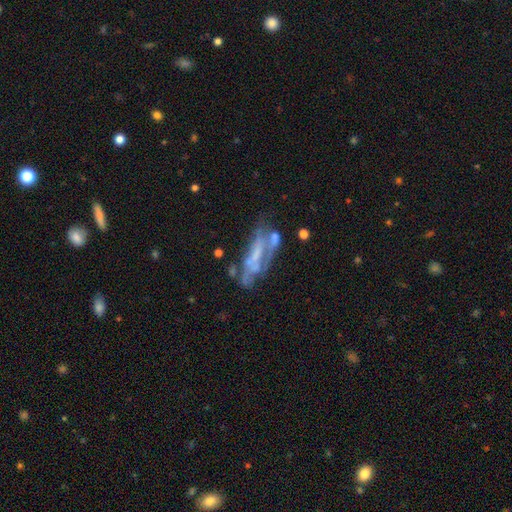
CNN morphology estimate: This appears to be a featured or disk galaxy (66%) with no bar (60%), no spiral arms (61%) and no central bulge (53%). Merging: none (36%).